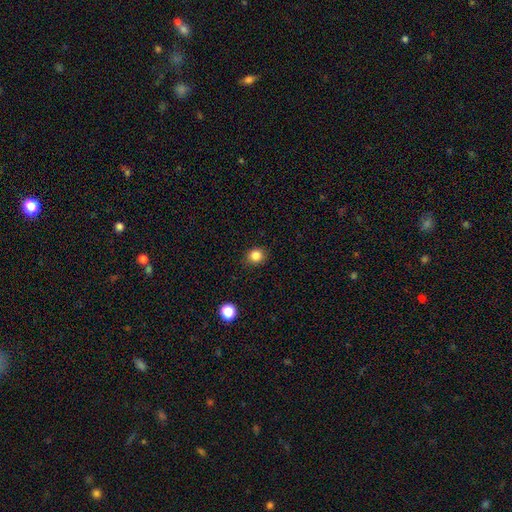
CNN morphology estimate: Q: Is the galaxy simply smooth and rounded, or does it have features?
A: smooth — 84%.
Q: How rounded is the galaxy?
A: round — 81%.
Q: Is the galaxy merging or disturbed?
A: none — 89%.